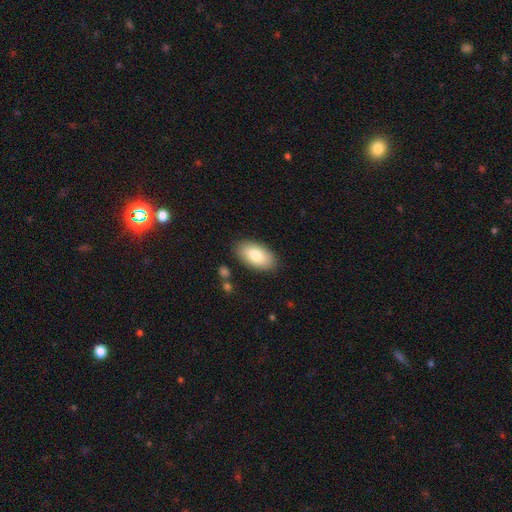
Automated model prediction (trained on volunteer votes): Q: Smooth or featured?
A: smooth (81%); runner-up: featured or disk (13%)
Q: How rounded?
A: in between (95%); runner-up: round (3%)
Q: Merging?
A: none (86%); runner-up: minor disturbance (10%)